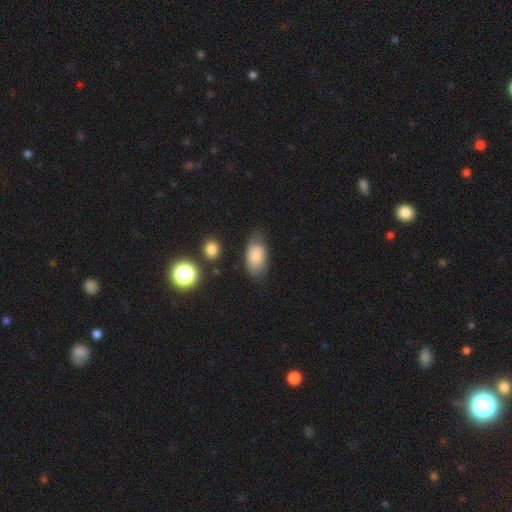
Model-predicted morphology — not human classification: This appears to be a smooth galaxy with no disk features (74%) that is in between round and cigar-shaped (91%). Merging: none (61%).